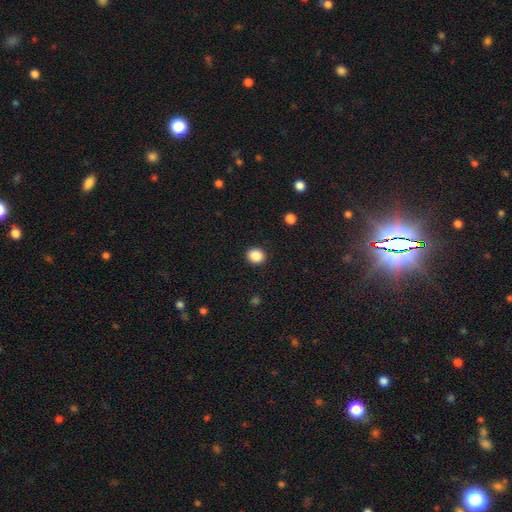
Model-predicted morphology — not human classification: A smooth galaxy with no disk features (87%) that is round (74%).

Vote fractions:
- Smooth or featured? smooth: 87% / star or artifact: 9% / featured or disk: 3%
- How rounded? round: 74% / in between: 26% / cigar-shaped: 1%
- Merging? none: 91% / minor disturbance: 6% / major disturbance: 2% / merger: 1%